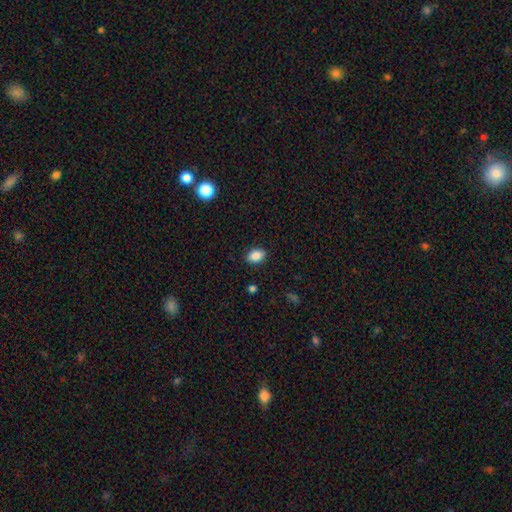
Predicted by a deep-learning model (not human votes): This is clearly a smooth galaxy (87%). How rounded: clearly in between (81%). Merging: clearly none (89%).